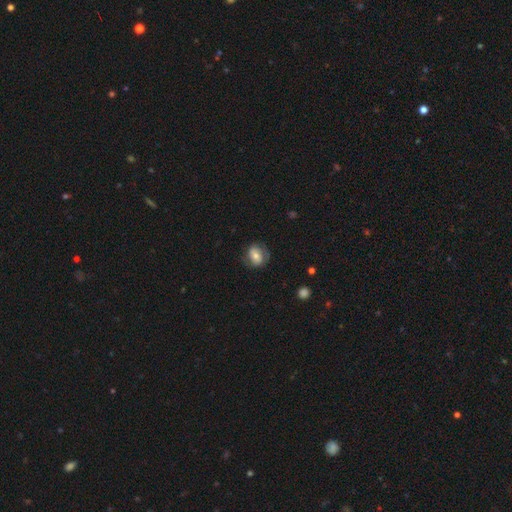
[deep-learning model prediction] Smooth or featured? Predicted: smooth (p=0.53). How rounded? Predicted: round (p=0.50). Merging? Predicted: none (p=0.67).